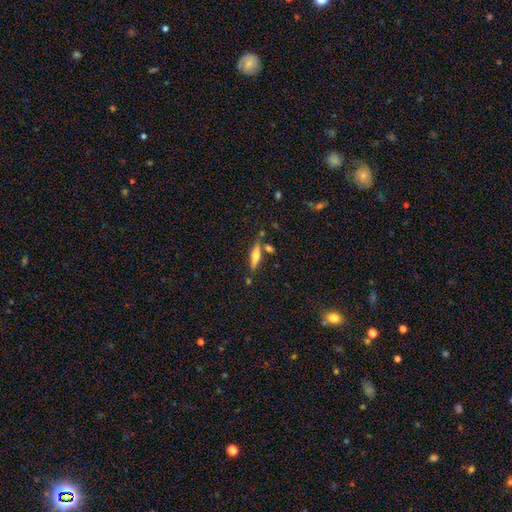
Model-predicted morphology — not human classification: This is possibly a smooth galaxy (46%, tied with featured or disk). Merging: likely none (72%).